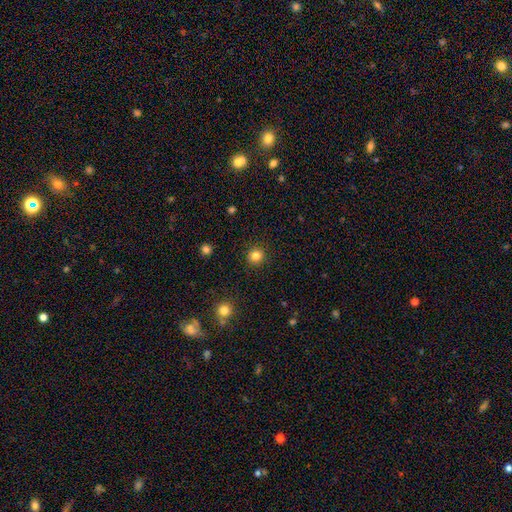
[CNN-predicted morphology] Smooth or featured: smooth — 83% (star or artifact — 12%)
How rounded: round — 92% (in between — 7%)
Merging: none — 92% (minor disturbance — 5%)